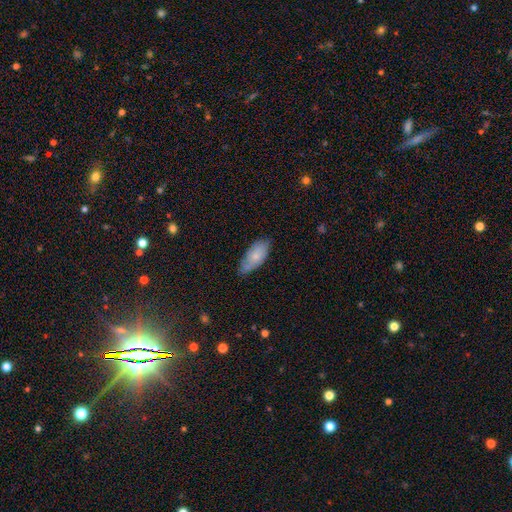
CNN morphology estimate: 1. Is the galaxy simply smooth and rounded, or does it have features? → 70% smooth, 23% featured or disk, 6% star or artifact.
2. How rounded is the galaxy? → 90% in between, 7% cigar-shaped, 2% round.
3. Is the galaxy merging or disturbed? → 63% none, 30% minor disturbance, 5% major disturbance, 2% merger.